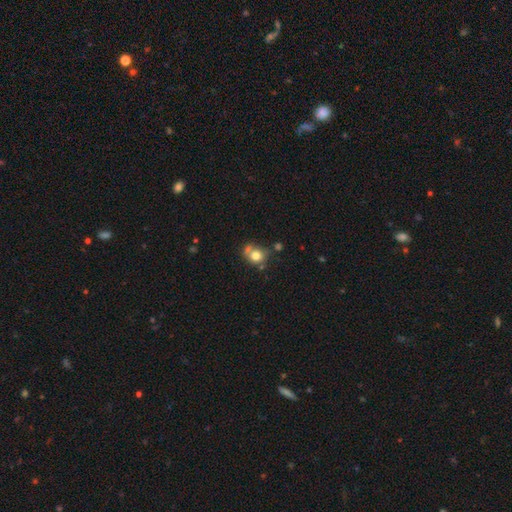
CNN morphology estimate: Smooth or featured? smooth (76%)
How rounded? round (76%)
Merging? none (48%)